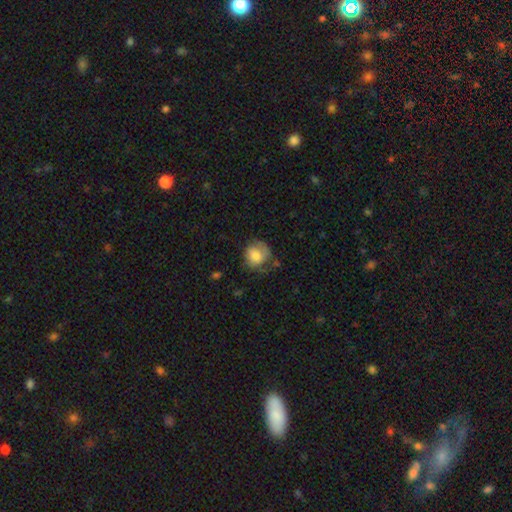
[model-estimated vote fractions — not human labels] smooth-or-featured: smooth: 61% | featured or disk: 31% | star or artifact: 7%
  how-rounded: round: 75% | in between: 24% | cigar-shaped: 1%
  merging: none: 50% | minor disturbance: 29% | major disturbance: 19% | merger: 2%